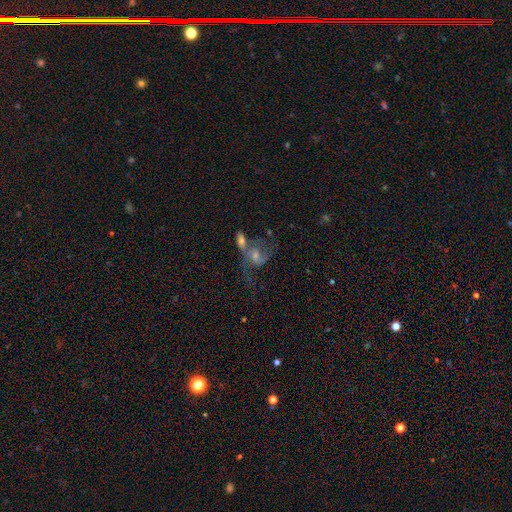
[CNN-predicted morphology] This appears to be a featured or disk galaxy (60%) with no bar (57%), spiral arms (79%) and a moderate central bulge (47%). Merging: merger (53%).